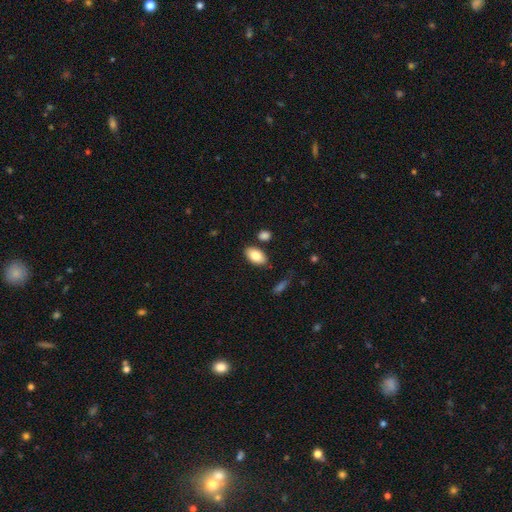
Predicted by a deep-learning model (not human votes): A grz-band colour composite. It shows a smooth galaxy with no disk features (83%) that is in between round and cigar-shaped (93%). Merging: none (82%).